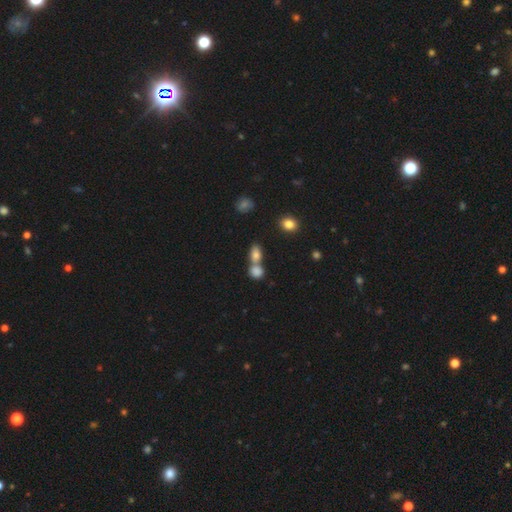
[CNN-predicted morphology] Q: Smooth or featured?
A: smooth (79%); runner-up: star or artifact (12%)
Q: How rounded?
A: in between (66%); runner-up: round (30%)
Q: Merging?
A: merger (55%); runner-up: none (35%)